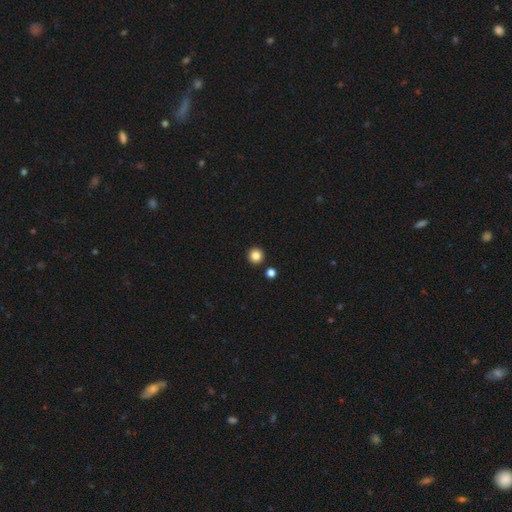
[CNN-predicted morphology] smooth-or-featured: smooth: 84% | star or artifact: 11% | featured or disk: 5%
  how-rounded: round: 95% | in between: 4% | cigar-shaped: 1%
  merging: none: 91% | minor disturbance: 4% | merger: 3% | major disturbance: 2%